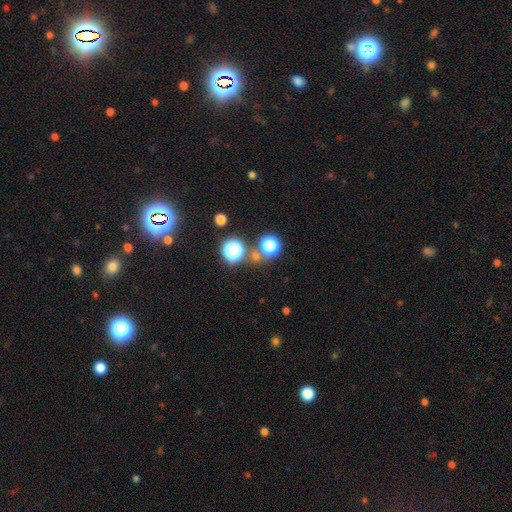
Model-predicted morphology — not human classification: A star or artifact, not a galaxy (52%).